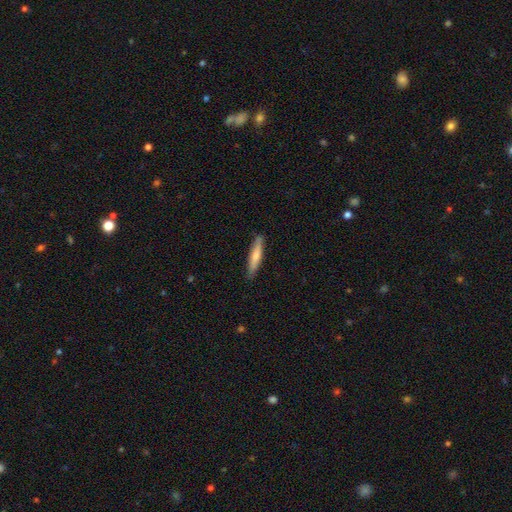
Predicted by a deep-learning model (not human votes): A smooth galaxy with no disk features (67%) that is cigar-shaped (90%). Merging: none (87%).